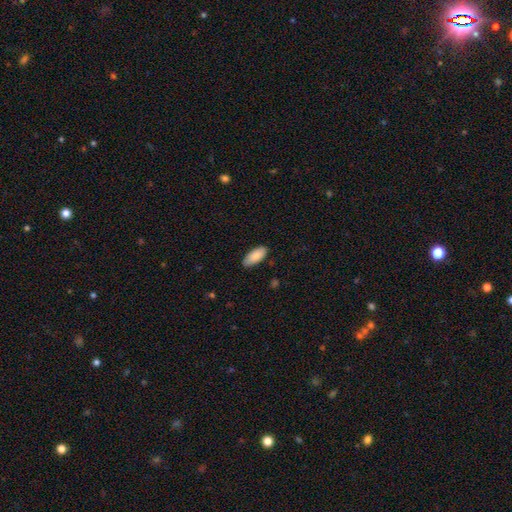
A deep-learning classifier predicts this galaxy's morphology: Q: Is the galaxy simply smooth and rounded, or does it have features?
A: smooth — 86%.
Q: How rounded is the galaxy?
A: in between — 89%.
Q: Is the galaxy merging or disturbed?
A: none — 85%.